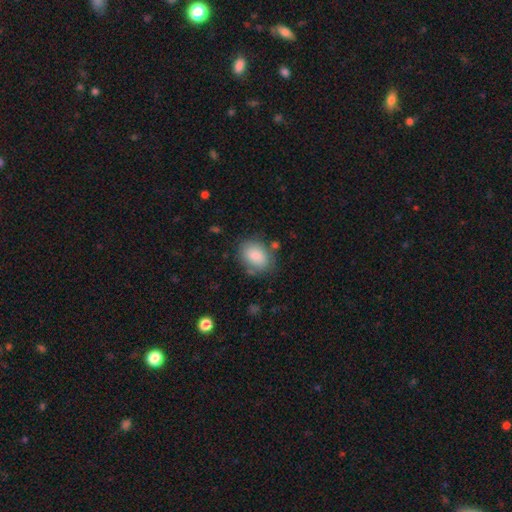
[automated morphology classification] Smooth or featured: smooth — 84% (featured or disk — 10%)
How rounded: in between — 73% (round — 26%)
Merging: none — 69% (minor disturbance — 19%)